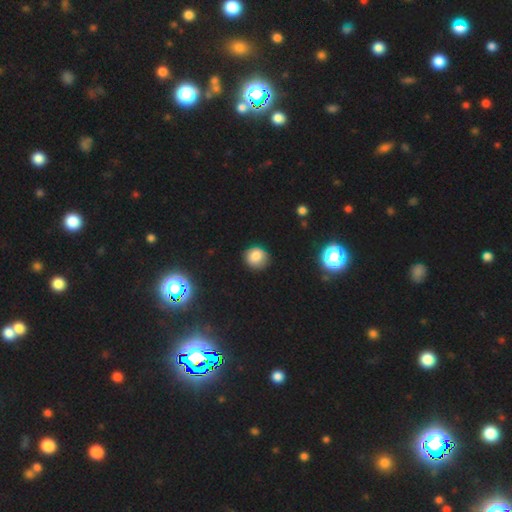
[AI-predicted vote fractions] Q: Smooth or featured?
A: smooth (79%); runner-up: star or artifact (13%)
Q: How rounded?
A: round (88%); runner-up: in between (11%)
Q: Merging?
A: none (81%); runner-up: minor disturbance (15%)